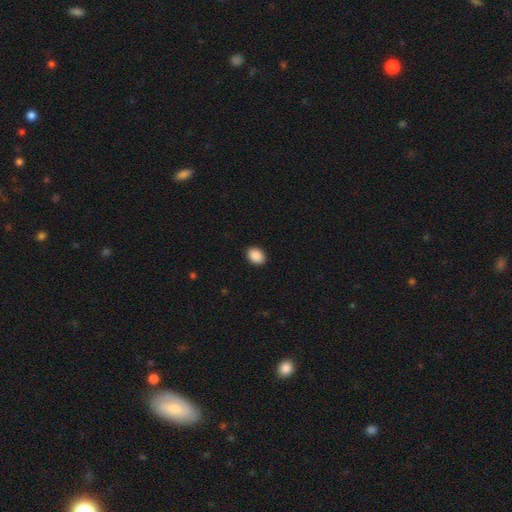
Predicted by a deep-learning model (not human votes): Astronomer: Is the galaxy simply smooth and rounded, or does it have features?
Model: smooth — 90%.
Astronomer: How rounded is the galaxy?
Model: in between — 70%.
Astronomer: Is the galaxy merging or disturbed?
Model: none — 91%.